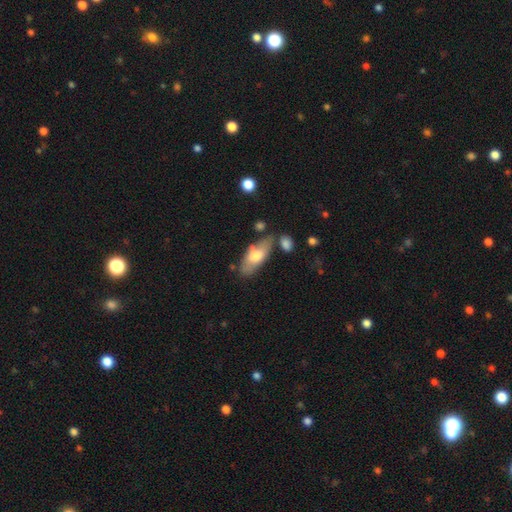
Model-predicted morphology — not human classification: A smooth galaxy with no disk features (63%) that is in between round and cigar-shaped (78%). Merging: none (70%).